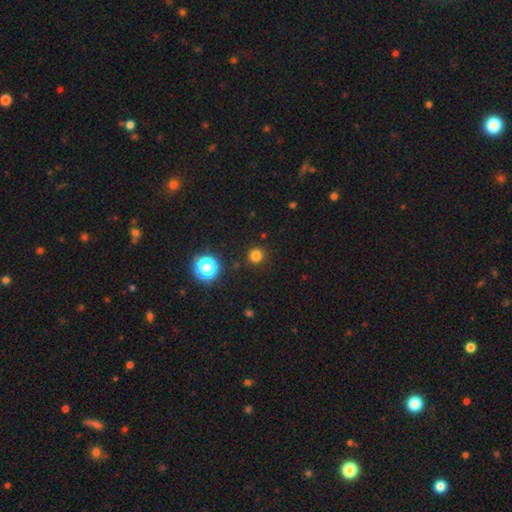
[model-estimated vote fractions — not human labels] Q: Smooth or featured?
A: smooth (79%); runner-up: star or artifact (17%)
Q: How rounded?
A: round (95%); runner-up: in between (4%)
Q: Merging?
A: none (91%); runner-up: minor disturbance (5%)